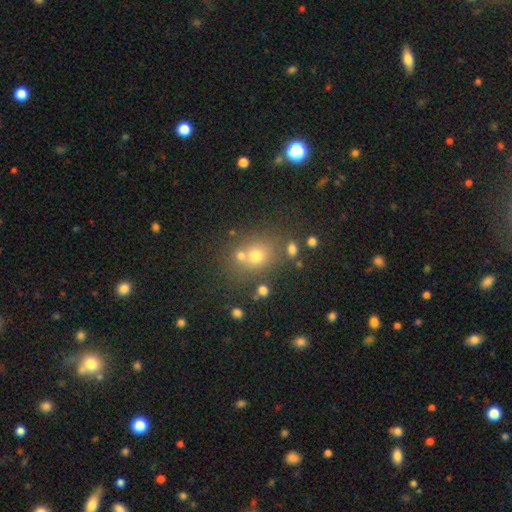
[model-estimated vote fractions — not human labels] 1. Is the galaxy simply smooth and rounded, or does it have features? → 66% smooth, 21% star or artifact, 13% featured or disk.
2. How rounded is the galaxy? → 73% round, 26% in between, 1% cigar-shaped.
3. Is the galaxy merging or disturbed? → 60% none, 25% merger, 10% minor disturbance, 5% major disturbance.